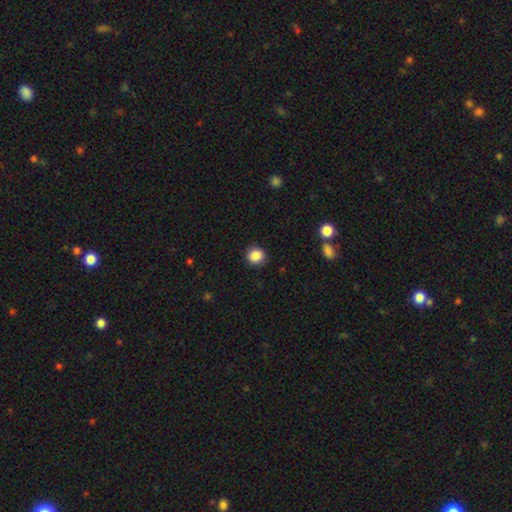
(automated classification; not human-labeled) smooth 87%, star or artifact 10%, featured or disk 3%. Down the decision tree: how rounded — round (87%); merging — none (88%).